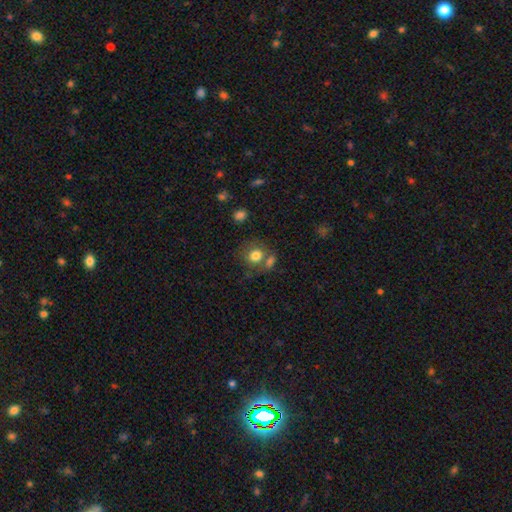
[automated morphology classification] Smooth or featured: smooth — 78% (featured or disk — 12%)
How rounded: round — 70% (in between — 29%)
Merging: none — 54% (merger — 25%)